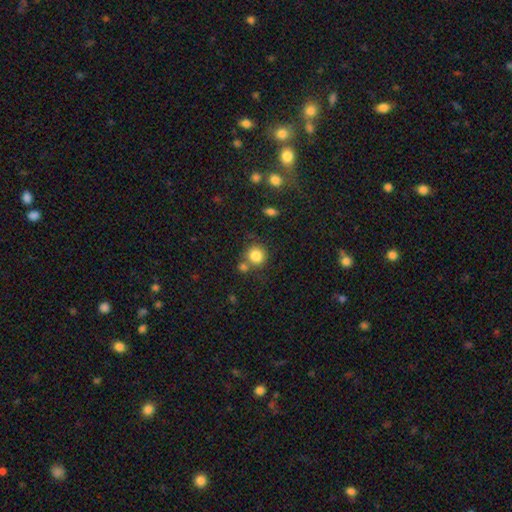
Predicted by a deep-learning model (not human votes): This appears to be a smooth galaxy with no disk features (84%) that is round (89%). Merging: none (66%).